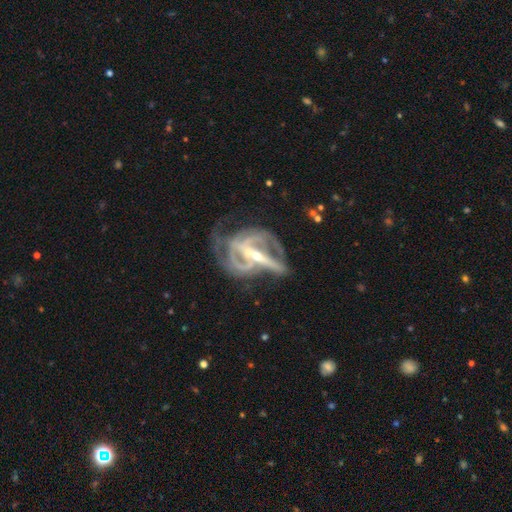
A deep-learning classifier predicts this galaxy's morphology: A featured or disk galaxy (88%) with a strong bar (59%), 2 (38%) medium (45%) spiral arms (92%) and a small central bulge (62%). Merging: none (34%).